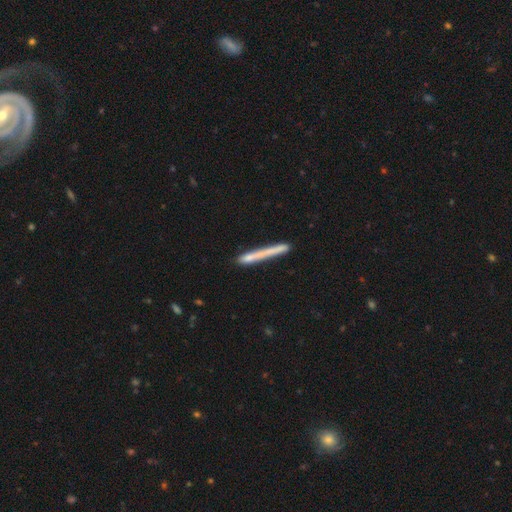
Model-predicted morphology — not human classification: A smooth galaxy with no disk features (65%) that is cigar-shaped (97%).

Vote fractions:
- Smooth or featured? smooth: 65% / featured or disk: 28% / star or artifact: 7%
- How rounded? cigar-shaped: 97% / in between: 2% / round: 1%
- Merging? none: 77% / minor disturbance: 15% / merger: 5% / major disturbance: 4%